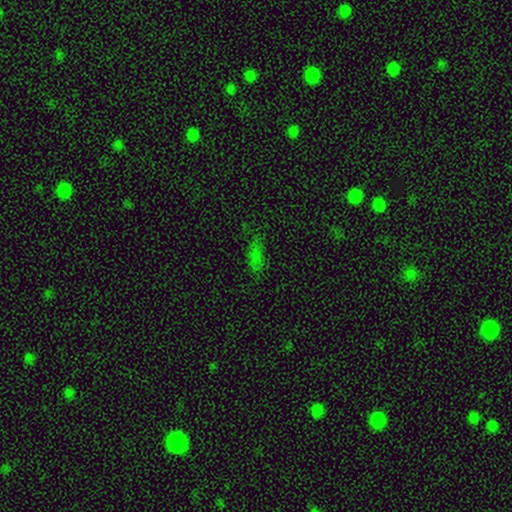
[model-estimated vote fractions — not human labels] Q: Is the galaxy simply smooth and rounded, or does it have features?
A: smooth — 63%.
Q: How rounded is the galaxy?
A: in between — 70%.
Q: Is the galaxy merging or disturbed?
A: none — 74%.